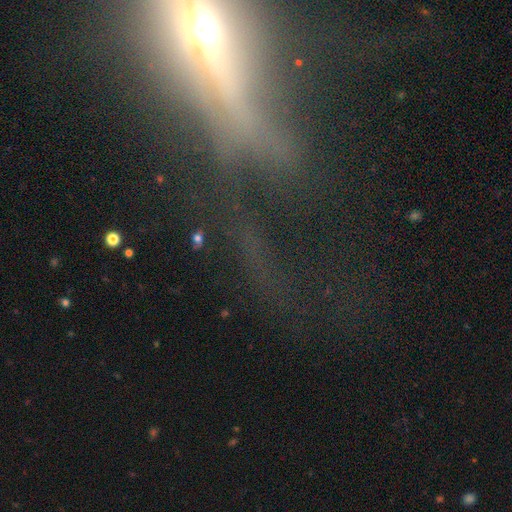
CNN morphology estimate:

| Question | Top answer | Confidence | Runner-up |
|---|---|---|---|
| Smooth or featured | featured or disk | 52% | star or artifact (29%) |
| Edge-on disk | yes | 61% | no (39%) |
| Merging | none | 42% | major disturbance (36%) |